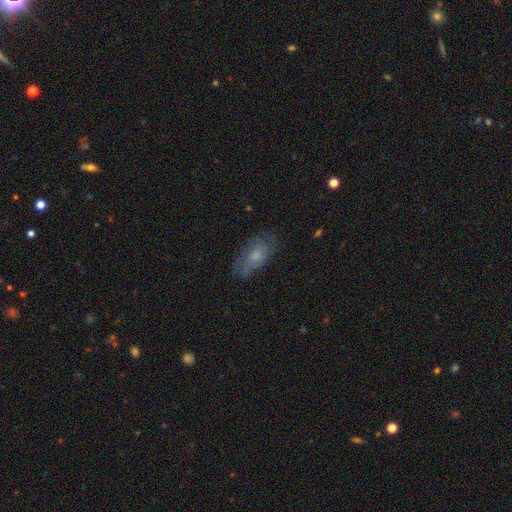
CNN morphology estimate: smooth 55%, featured or disk 36%, star or artifact 9%. Down the decision tree: how rounded — in between (86%); merging — none (64%).